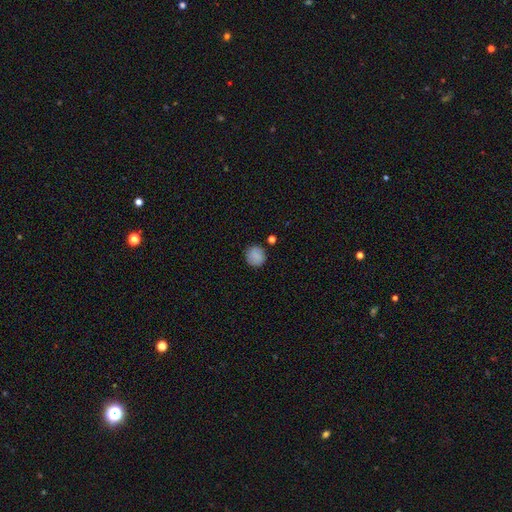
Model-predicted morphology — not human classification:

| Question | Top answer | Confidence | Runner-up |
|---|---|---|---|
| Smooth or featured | smooth | 86% | star or artifact (8%) |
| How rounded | round | 92% | in between (7%) |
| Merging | none | 86% | minor disturbance (9%) |